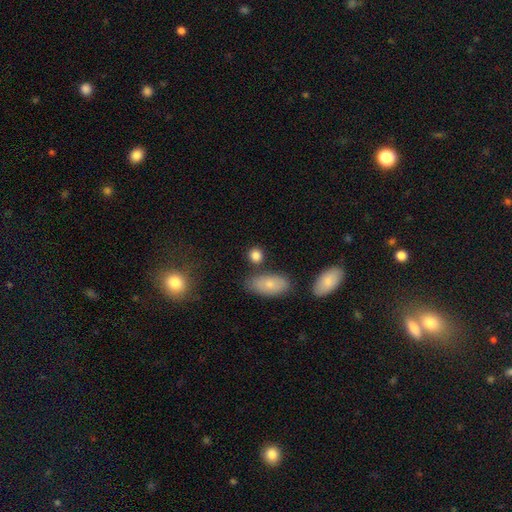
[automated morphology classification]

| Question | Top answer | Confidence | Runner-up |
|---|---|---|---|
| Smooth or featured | smooth | 84% | star or artifact (9%) |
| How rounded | round | 71% | in between (26%) |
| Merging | none | 75% | minor disturbance (11%) |